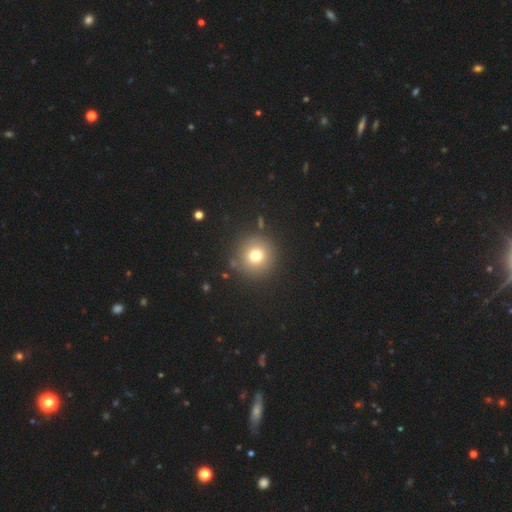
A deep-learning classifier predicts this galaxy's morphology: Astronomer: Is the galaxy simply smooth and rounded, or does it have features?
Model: smooth — 74%.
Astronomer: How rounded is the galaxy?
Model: round — 95%.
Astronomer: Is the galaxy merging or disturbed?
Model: none — 87%.